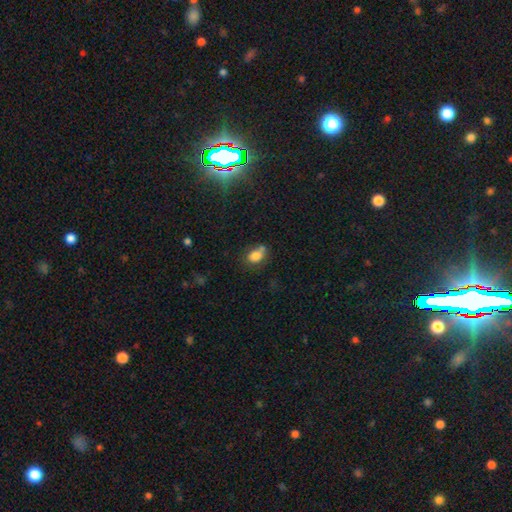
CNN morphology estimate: Overall: smooth (78%). How rounded: in between (75%). Merging: none (48%; minor disturbance 23%).